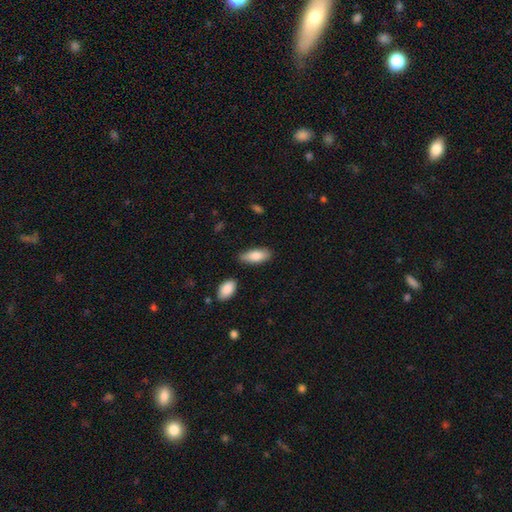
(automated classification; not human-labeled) The model was most divided on "how rounded": in between: 79%, cigar-shaped: 19%, round: 2%. More confident: smooth or featured — smooth (83%); merging — none (79%).